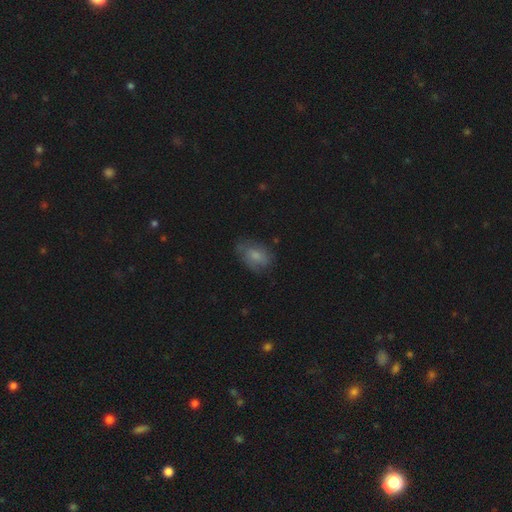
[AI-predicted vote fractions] A smooth galaxy with no disk features (63%) that is in between round and cigar-shaped (82%). Merging: none (61%).